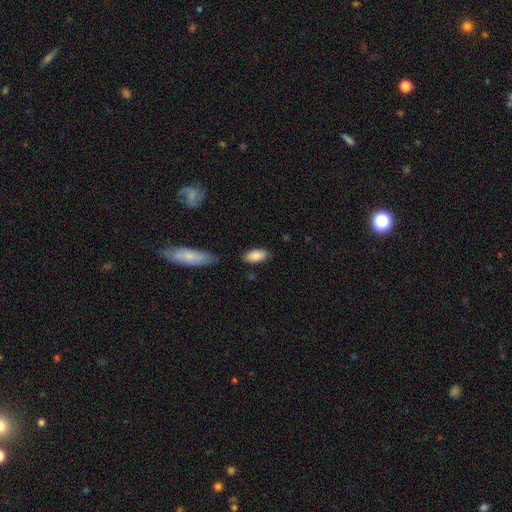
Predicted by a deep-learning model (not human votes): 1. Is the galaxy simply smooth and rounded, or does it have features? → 87% smooth, 7% featured or disk, 6% star or artifact.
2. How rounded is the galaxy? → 91% in between, 7% cigar-shaped, 2% round.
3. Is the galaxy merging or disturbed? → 79% none, 15% minor disturbance, 3% major disturbance, 3% merger.